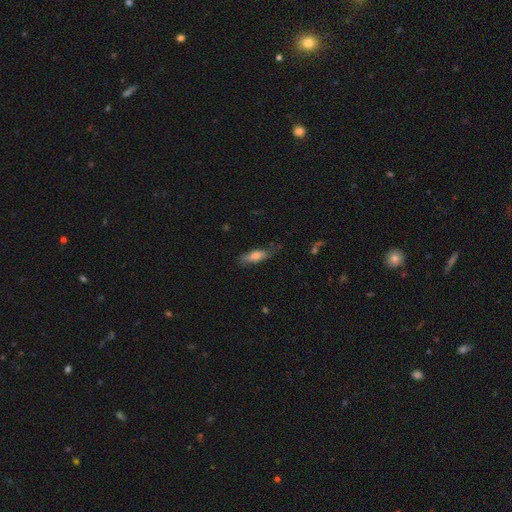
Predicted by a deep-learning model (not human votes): This is likely a smooth galaxy (65%). How rounded: possibly in between (53%). Merging: likely none (65%).